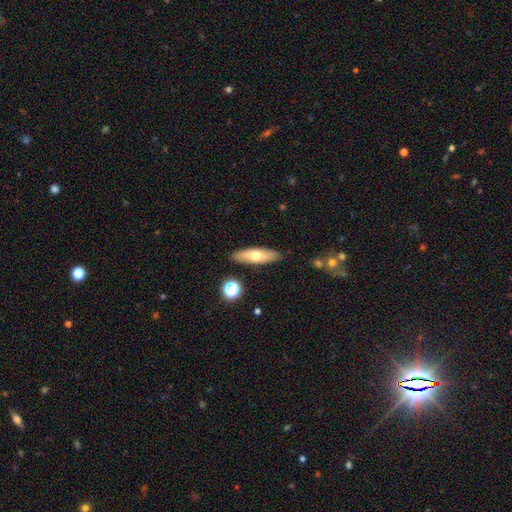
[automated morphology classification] smooth_or_featured: smooth (p=0.59) [alt: featured or disk p=0.35]
how_rounded: in between (p=0.49) [alt: cigar-shaped p=0.48]
merging: none (p=0.87) [alt: minor disturbance p=0.09]